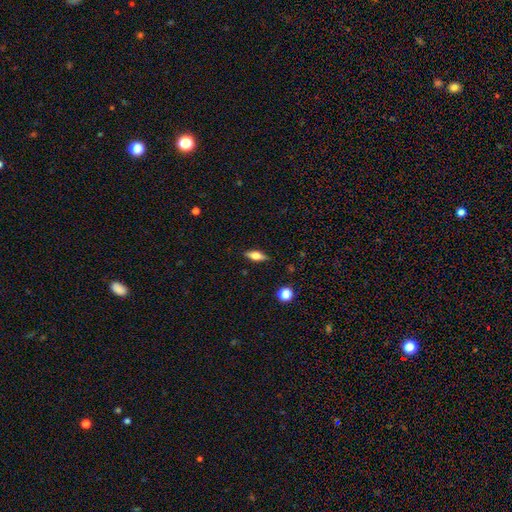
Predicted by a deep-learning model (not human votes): Overall: smooth (56%; featured or disk 36%). How rounded: in between (68%). Merging: none (87%).